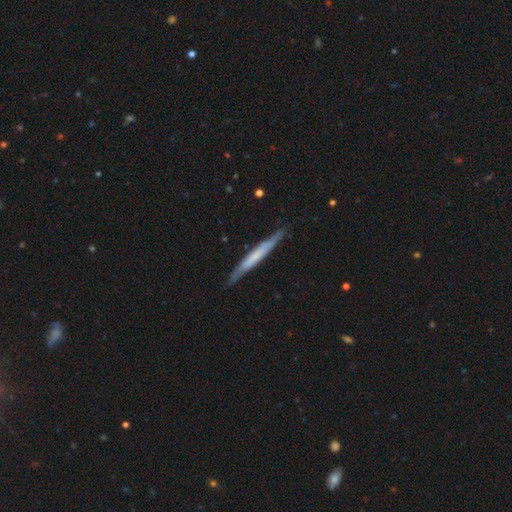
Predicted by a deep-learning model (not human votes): A featured or disk galaxy (49%).

Vote fractions:
- Smooth or featured? featured or disk: 49% / smooth: 45% / star or artifact: 5%
- Merging? none: 87% / minor disturbance: 10% / major disturbance: 2% / merger: 1%